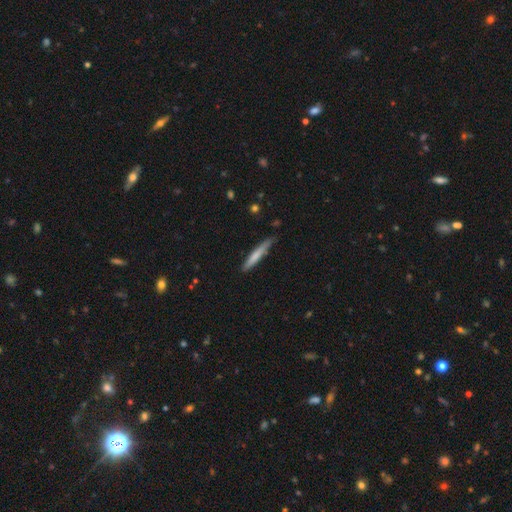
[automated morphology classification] Smooth or featured? smooth (69%)
How rounded? cigar-shaped (95%)
Merging? none (80%)